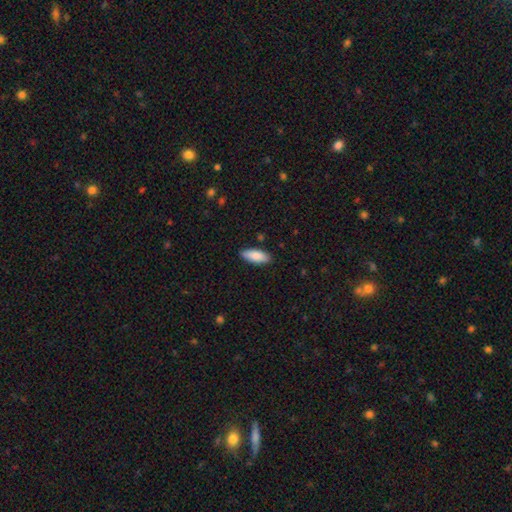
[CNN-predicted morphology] smooth-or-featured: smooth: 87% | featured or disk: 7% | star or artifact: 6%
  how-rounded: in between: 74% | cigar-shaped: 25% | round: 2%
  merging: none: 87% | minor disturbance: 10% | major disturbance: 2% | merger: 1%